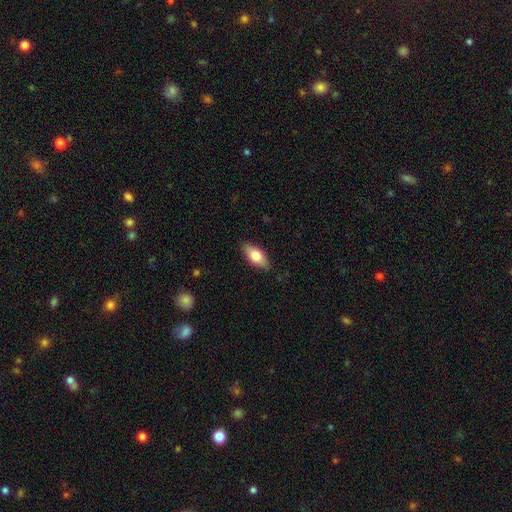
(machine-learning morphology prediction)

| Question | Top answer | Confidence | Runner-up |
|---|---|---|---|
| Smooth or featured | smooth | 78% | featured or disk (16%) |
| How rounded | in between | 87% | cigar-shaped (10%) |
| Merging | none | 85% | minor disturbance (11%) |